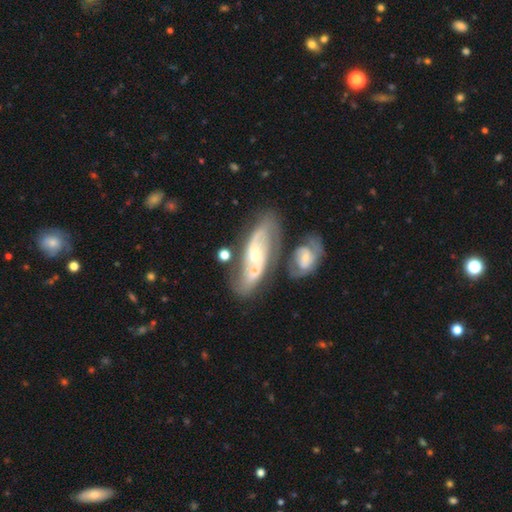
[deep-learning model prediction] A featured or disk galaxy (76%) with no bar (61%), 2 (76%) medium (41%) spiral arms (84%) and a small central bulge (51%). Merging: none (42%).